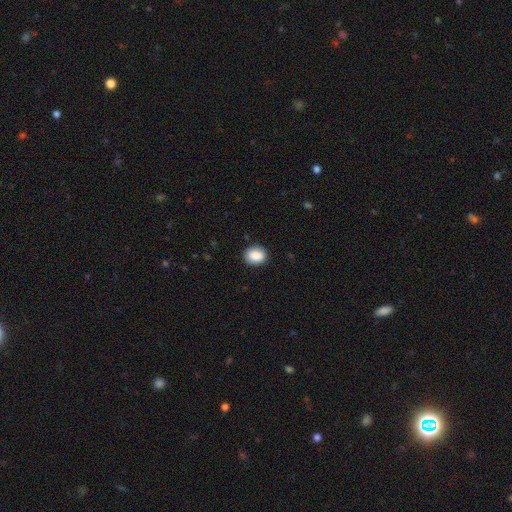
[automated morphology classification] Smooth or featured? smooth (88%)
How rounded? in between (50%)
Merging? none (87%)